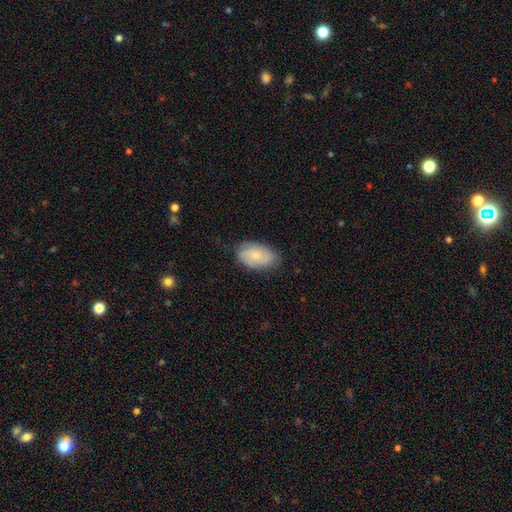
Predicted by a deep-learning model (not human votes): Smooth or featured: smooth — 62% (featured or disk — 31%)
How rounded: in between — 93% (round — 6%)
Merging: none — 77% (minor disturbance — 18%)